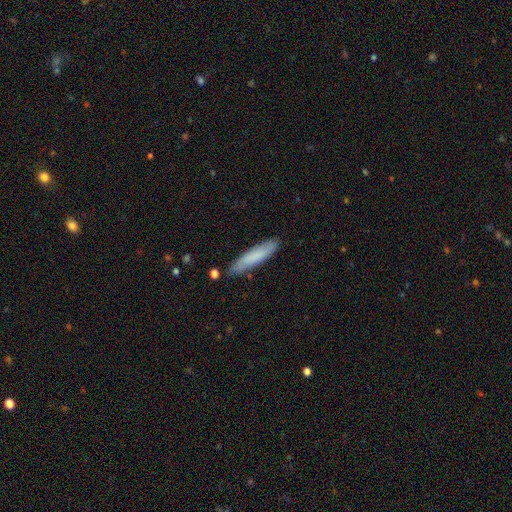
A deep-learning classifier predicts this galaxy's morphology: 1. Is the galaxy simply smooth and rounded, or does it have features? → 77% smooth, 17% featured or disk, 6% star or artifact.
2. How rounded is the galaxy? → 82% cigar-shaped, 16% in between, 1% round.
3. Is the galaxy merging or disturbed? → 82% none, 14% minor disturbance, 2% merger, 2% major disturbance.